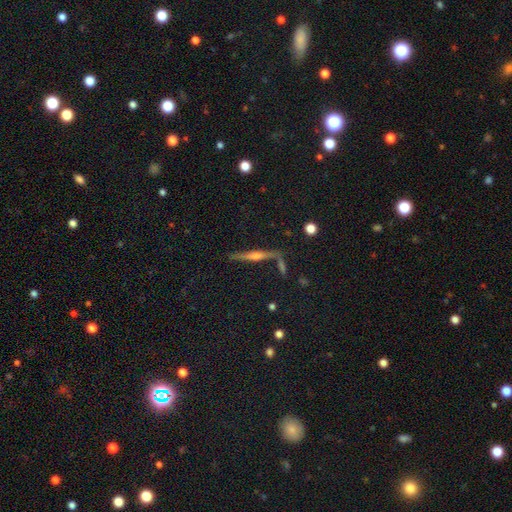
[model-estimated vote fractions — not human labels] Smooth or featured? Predicted: featured or disk (p=0.72). Edge-on disk? Predicted: yes (p=0.95). Edge-on bulge? Predicted: rounded (p=0.76). Merging? Predicted: none (p=0.76).